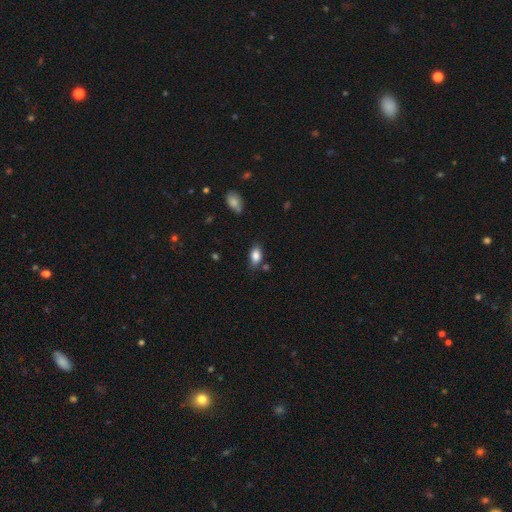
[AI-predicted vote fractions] Morphology: type=smooth (84%); roundness=in between (90%); merging=none (74%).